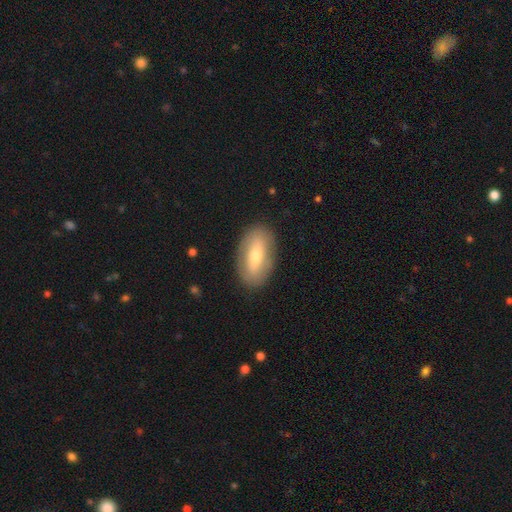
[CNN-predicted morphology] This is possibly a smooth galaxy (53%). How rounded: clearly in between (91%). Merging: clearly none (86%).